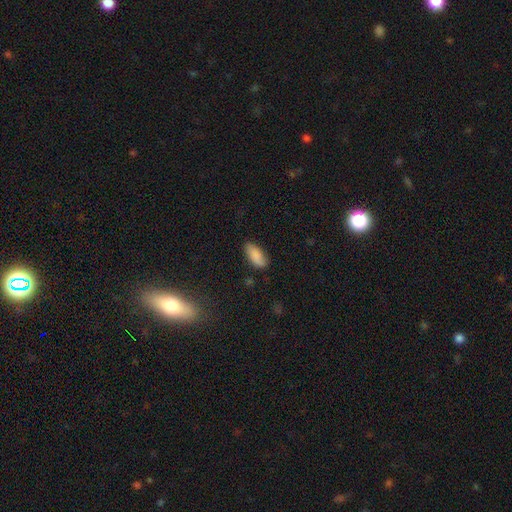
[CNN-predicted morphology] This is clearly a smooth galaxy (84%). How rounded: clearly in between (87%). Merging: likely none (78%).